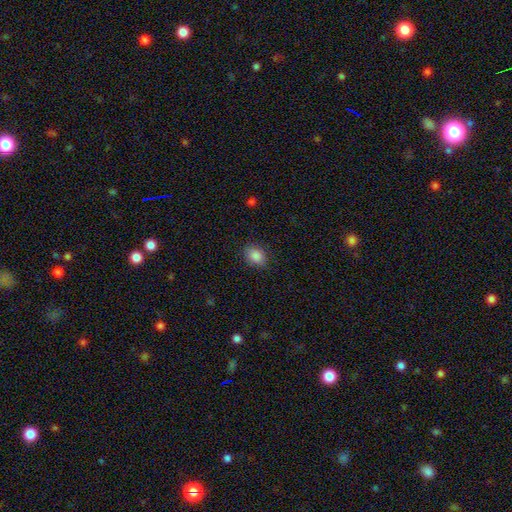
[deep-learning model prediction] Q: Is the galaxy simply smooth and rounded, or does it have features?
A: smooth — 87%.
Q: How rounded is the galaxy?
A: in between — 71%.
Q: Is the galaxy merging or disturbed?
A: none — 85%.